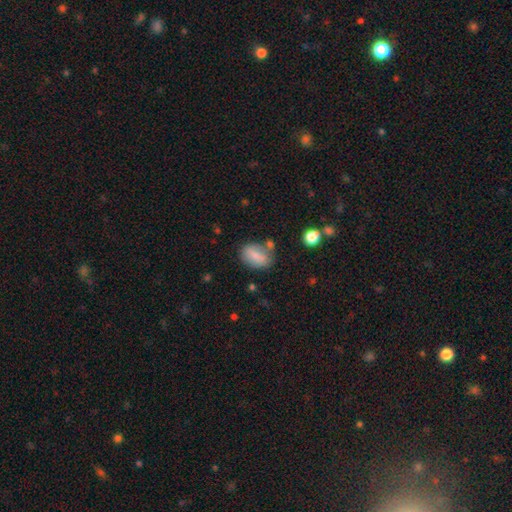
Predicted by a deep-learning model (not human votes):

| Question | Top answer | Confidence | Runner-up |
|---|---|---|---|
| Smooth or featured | smooth | 77% | featured or disk (15%) |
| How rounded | in between | 83% | round (15%) |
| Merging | none | 64% | minor disturbance (20%) |